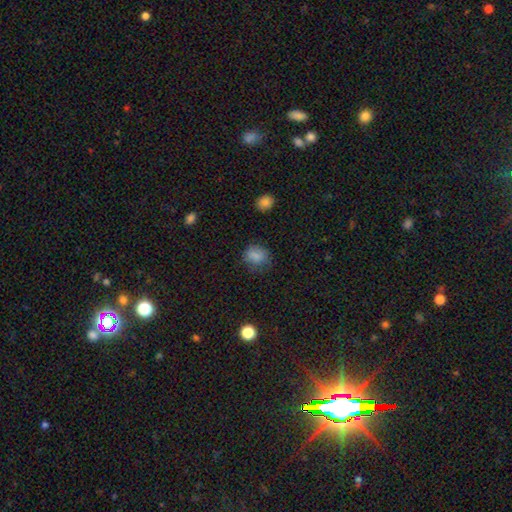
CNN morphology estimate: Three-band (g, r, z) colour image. It shows a smooth galaxy with no disk features (81%) that is round (59%). Merging: none (67%).